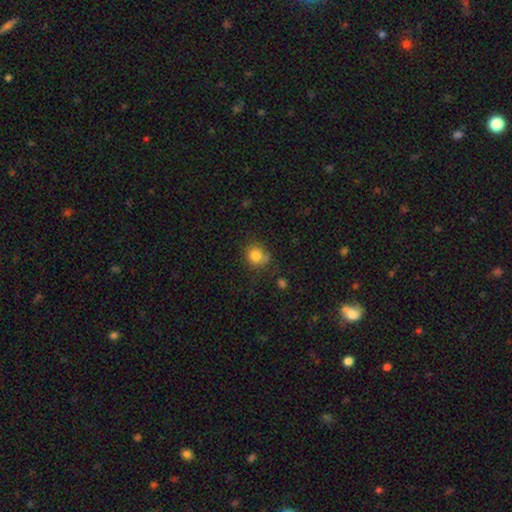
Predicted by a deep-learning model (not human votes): Overall: smooth (82%). How rounded: round (81%). Merging: none (66%).